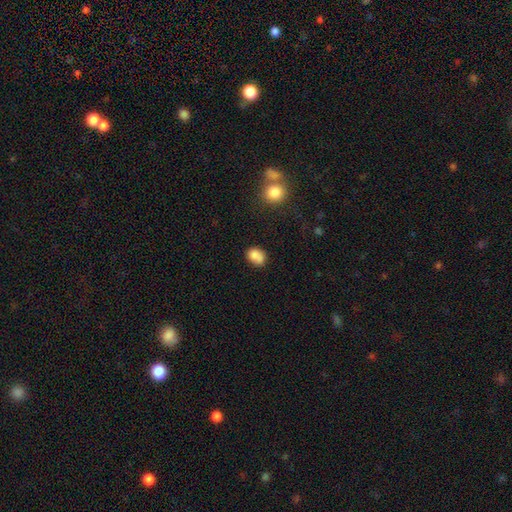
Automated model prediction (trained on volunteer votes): A smooth galaxy with no disk features (80%) that is in between round and cigar-shaped (57%).

Vote fractions:
- Smooth or featured? smooth: 80% / featured or disk: 10% / star or artifact: 10%
- How rounded? in between: 57% / round: 41% / cigar-shaped: 1%
- Merging? none: 50% / merger: 24% / minor disturbance: 19% / major disturbance: 6%